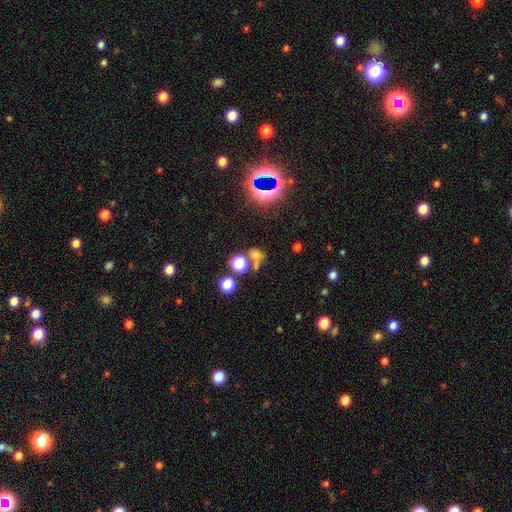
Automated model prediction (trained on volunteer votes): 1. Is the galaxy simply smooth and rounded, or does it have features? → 57% smooth, 31% star or artifact, 12% featured or disk.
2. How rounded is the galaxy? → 61% round, 36% in between, 2% cigar-shaped.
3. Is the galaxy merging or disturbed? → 49% none, 32% merger, 11% minor disturbance, 8% major disturbance.